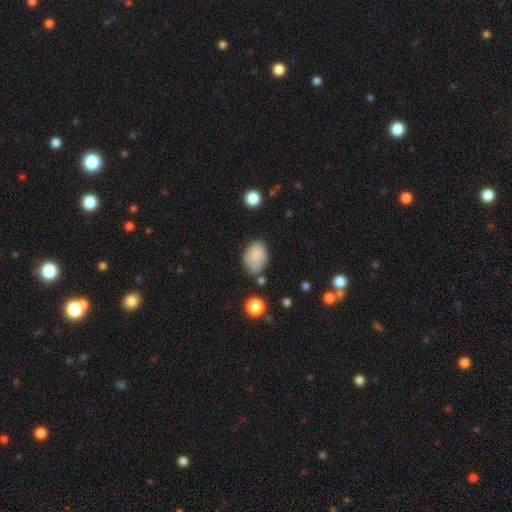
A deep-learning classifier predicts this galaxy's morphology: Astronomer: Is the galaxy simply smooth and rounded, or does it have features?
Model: smooth — 82%.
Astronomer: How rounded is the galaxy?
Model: in between — 83%.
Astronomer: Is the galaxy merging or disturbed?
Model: none — 61%.